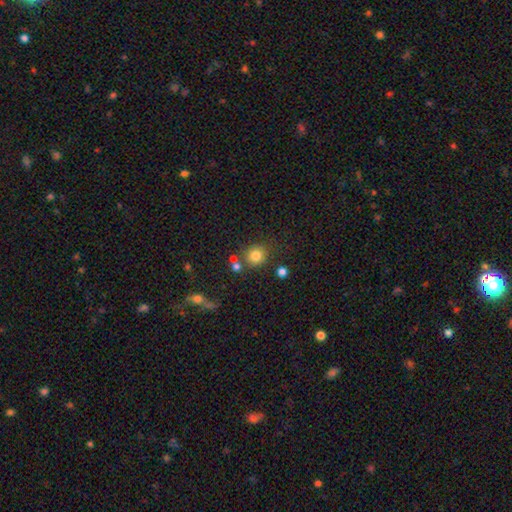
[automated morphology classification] Q: Smooth or featured?
A: smooth (80%); runner-up: star or artifact (13%)
Q: How rounded?
A: round (86%); runner-up: in between (13%)
Q: Merging?
A: none (73%); runner-up: merger (12%)